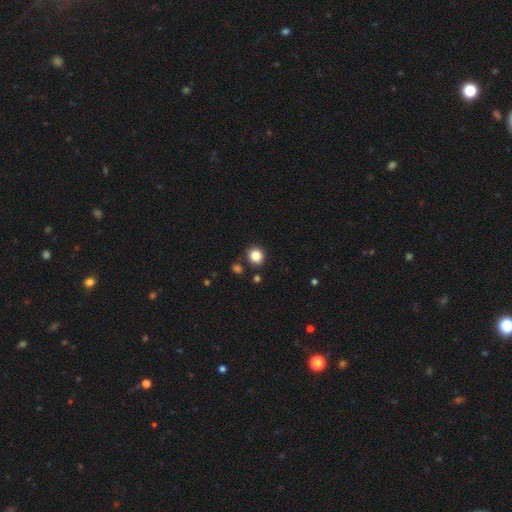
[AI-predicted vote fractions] Overall: smooth (85%). How rounded: round (84%). Merging: none (85%).